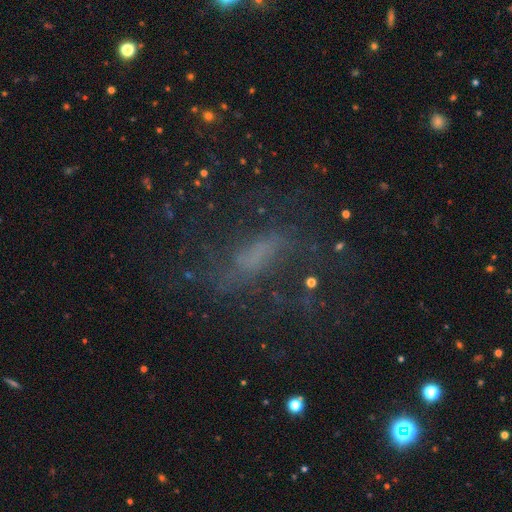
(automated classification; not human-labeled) Smooth or featured? featured or disk (51%)
Edge-on disk? no (82%)
Merging? none (57%)